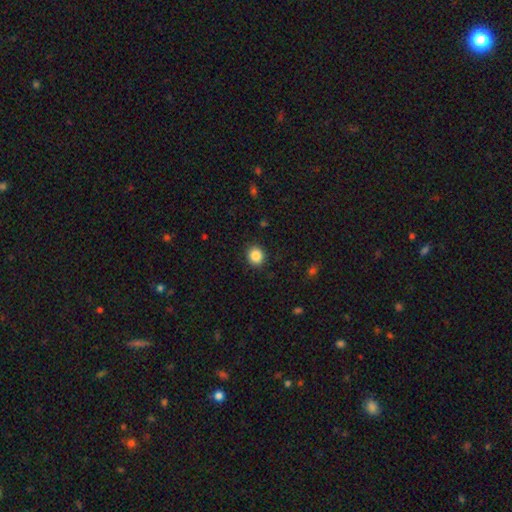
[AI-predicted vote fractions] Smooth or featured: smooth — 86% (star or artifact — 10%)
How rounded: round — 79% (in between — 20%)
Merging: none — 90% (minor disturbance — 6%)